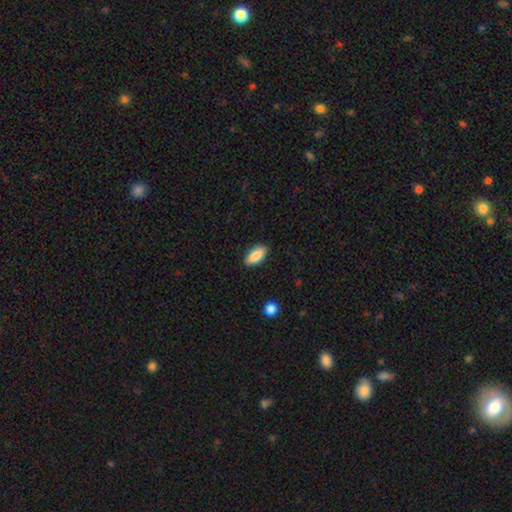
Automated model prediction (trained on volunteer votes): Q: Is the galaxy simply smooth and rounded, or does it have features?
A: smooth — 85%.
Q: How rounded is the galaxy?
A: in between — 85%.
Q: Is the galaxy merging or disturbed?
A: none — 87%.